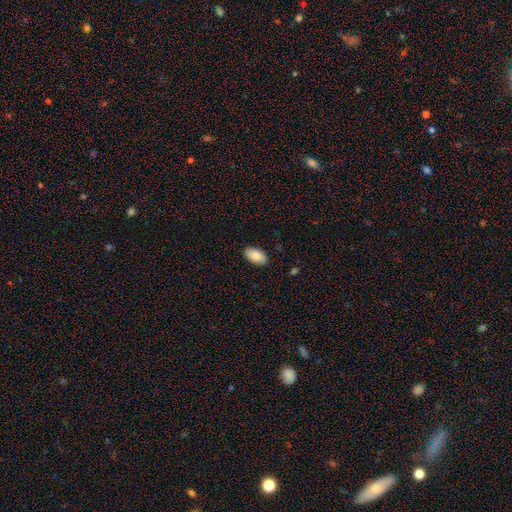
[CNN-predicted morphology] type=smooth (89%); roundness=in between (95%); merging=none (88%).